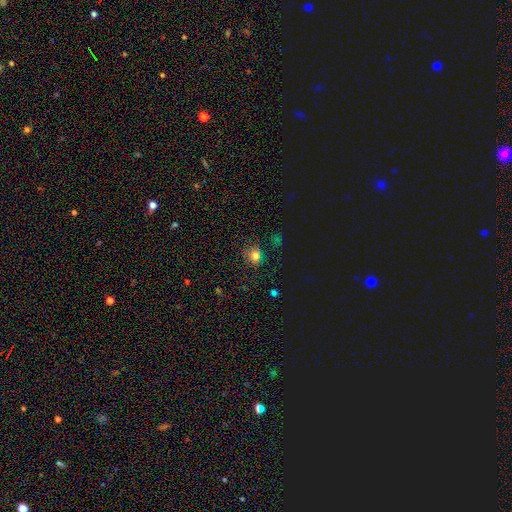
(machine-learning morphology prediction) smooth-or-featured: smooth: 72% | star or artifact: 21% | featured or disk: 7%
  how-rounded: round: 68% | in between: 31% | cigar-shaped: 1%
  merging: none: 74% | minor disturbance: 17% | major disturbance: 7% | merger: 3%